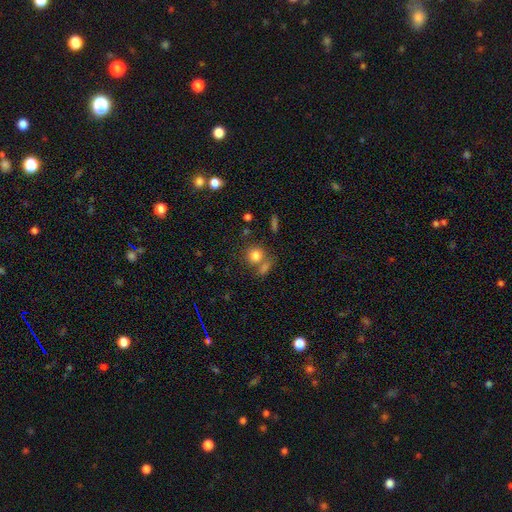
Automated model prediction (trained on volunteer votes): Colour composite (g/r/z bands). It shows a smooth galaxy with no disk features (80%) that is round (82%). Merging: none (60%).